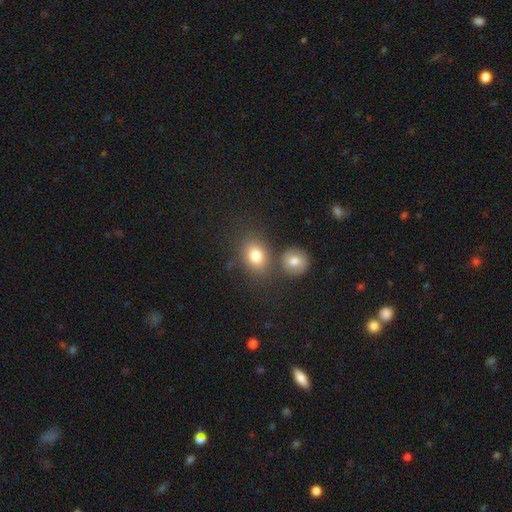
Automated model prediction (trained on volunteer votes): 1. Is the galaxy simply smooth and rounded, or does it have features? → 78% smooth, 11% featured or disk, 11% star or artifact.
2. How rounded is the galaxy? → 58% in between, 41% round, 1% cigar-shaped.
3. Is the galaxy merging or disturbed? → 65% none, 20% merger, 11% minor disturbance, 4% major disturbance.